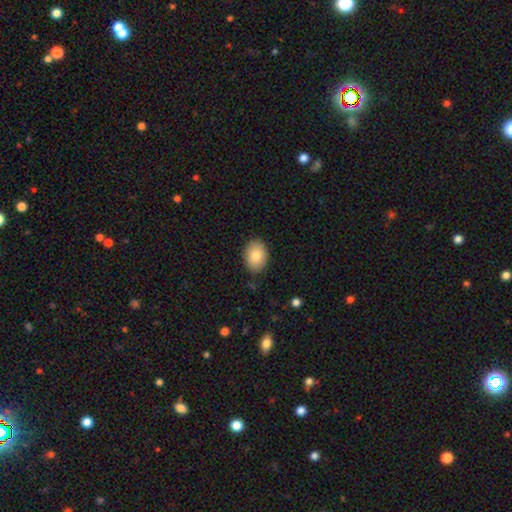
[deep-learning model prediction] Overall: smooth (85%). How rounded: in between (77%). Merging: none (85%).